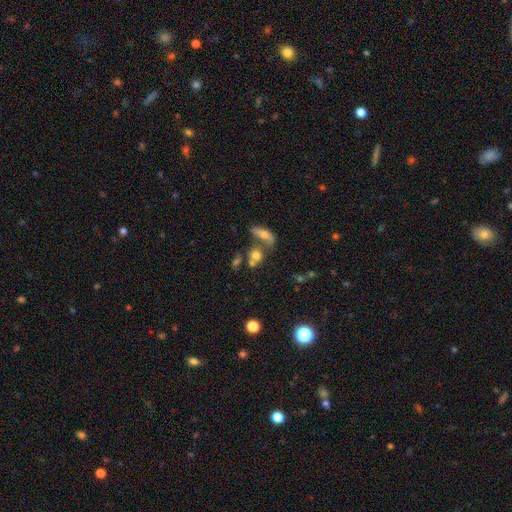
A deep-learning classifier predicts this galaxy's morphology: Smooth or featured? Predicted: smooth (p=0.63). How rounded? Predicted: round (p=0.53). Merging? Predicted: merger (p=0.45).